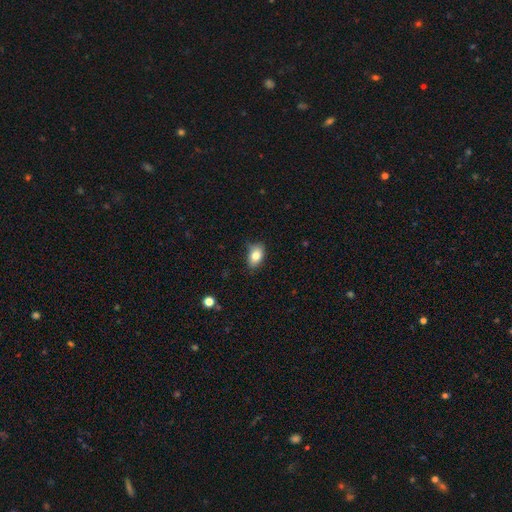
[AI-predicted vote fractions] This is clearly a smooth galaxy (81%). How rounded: clearly in between (85%). Merging: likely none (73%).